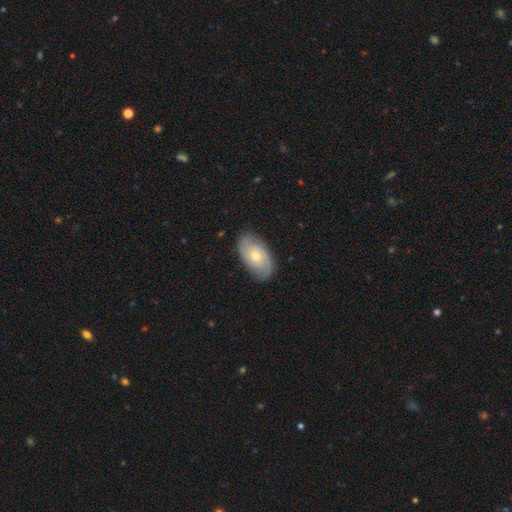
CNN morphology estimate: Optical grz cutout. It shows a featured or disk galaxy (65%) with no bar (77%), 2 (58%) tight (56%) spiral arms (87%) and a moderate central bulge (56%). Merging: none (81%).